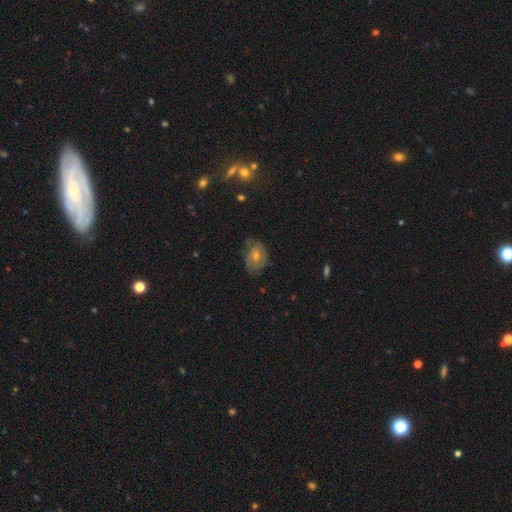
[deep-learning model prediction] This appears to be a featured or disk galaxy (61%) with no bar (63%), spiral arms (84%) and a moderate central bulge (51%). Merging: none (73%).